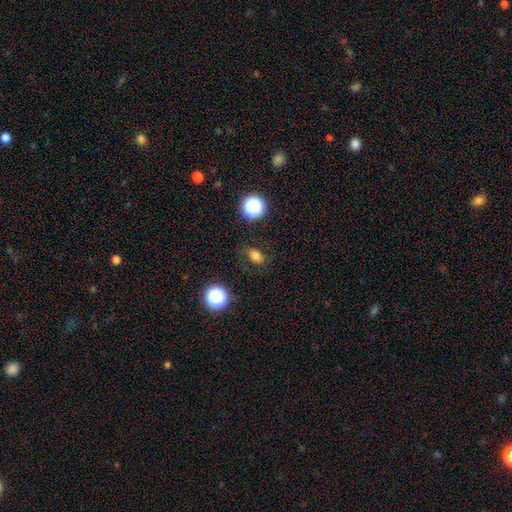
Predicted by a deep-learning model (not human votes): smooth 77%, star or artifact 14%, featured or disk 9%. Down the decision tree: how rounded — in between (74%); merging — none (81%).